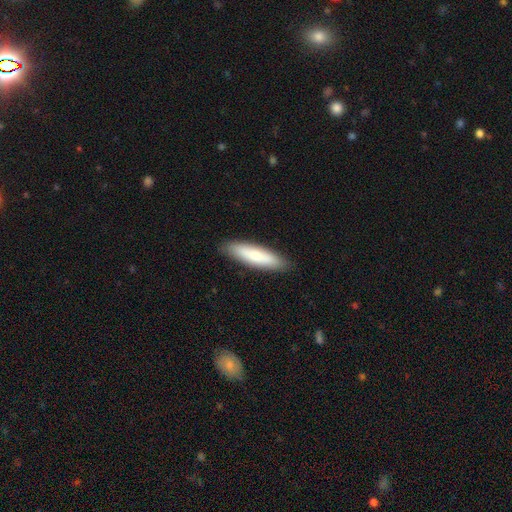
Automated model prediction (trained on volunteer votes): Q: Smooth or featured?
A: smooth (71%); runner-up: featured or disk (24%)
Q: How rounded?
A: cigar-shaped (68%); runner-up: in between (31%)
Q: Merging?
A: none (89%); runner-up: minor disturbance (8%)